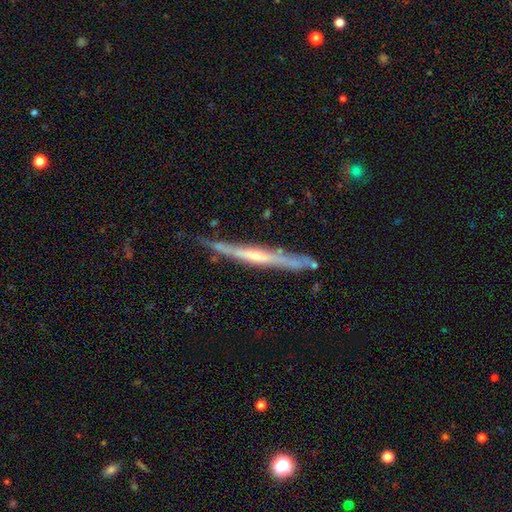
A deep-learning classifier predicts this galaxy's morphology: smooth-or-featured: featured or disk: 69% | smooth: 25% | star or artifact: 6%
  disk-edge-on: yes: 94% | no: 6%
    edge-on-bulge: none: 62% | rounded: 26% | boxy: 12%
  merging: none: 70% | minor disturbance: 22% | major disturbance: 4% | merger: 3%